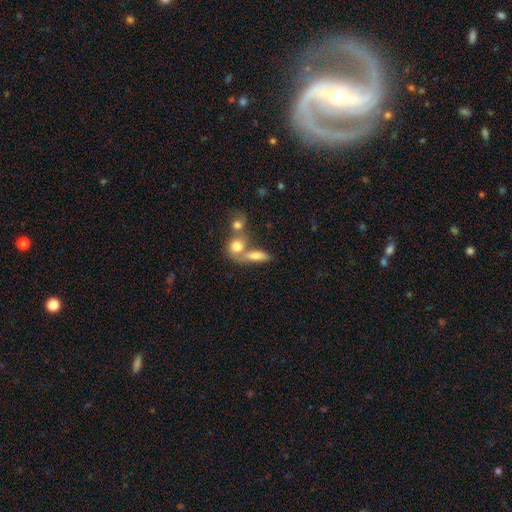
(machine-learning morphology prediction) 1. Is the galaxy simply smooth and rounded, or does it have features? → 73% smooth, 18% featured or disk, 10% star or artifact.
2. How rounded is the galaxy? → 53% in between, 30% cigar-shaped, 17% round.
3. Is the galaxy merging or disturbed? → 47% merger, 37% none, 10% minor disturbance, 6% major disturbance.